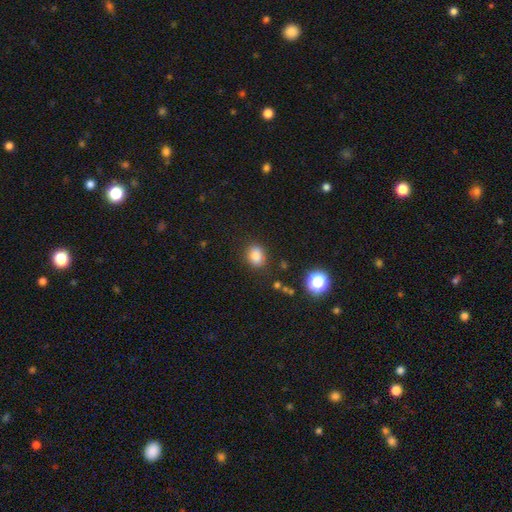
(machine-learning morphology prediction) The model was most divided on "how rounded": in between: 55%, round: 44%, cigar-shaped: 1%. More confident: smooth or featured — smooth (83%); merging — none (81%).